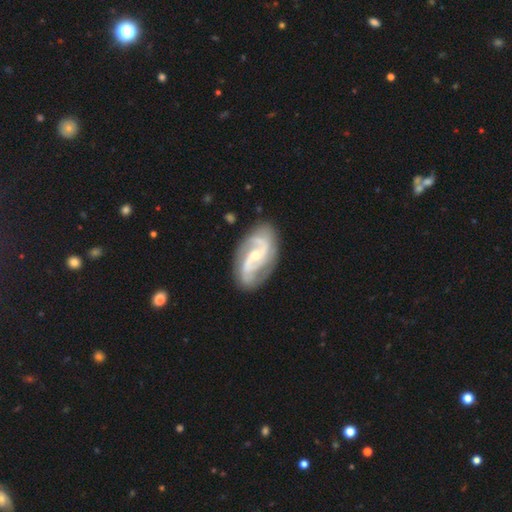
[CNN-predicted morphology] Smooth or featured?
  - featured or disk: 90% *
  - smooth: 5%
  - star or artifact: 4%
Edge-on disk?
  - no: 97% *
  - yes: 3%
Bar?
  - weak: 41% *
  - no: 36%
  - strong: 23%
Spiral arms?
  - yes: 98% *
  - no: 2%
Spiral winding?
  - medium: 49% *
  - loose: 30%
  - tight: 21%
Spiral arm count?
  - 2: 81% *
  - 3: 8%
  - can't tell: 5%
  - 1: 2%
  - 4: 2%
  - more than 4: 2%
Bulge size?
  - small: 59% *
  - moderate: 37%
  - none: 2%
  - large: 2%
  - dominant: 1%
Merging?
  - none: 80% *
  - minor disturbance: 14%
  - major disturbance: 5%
  - merger: 2%